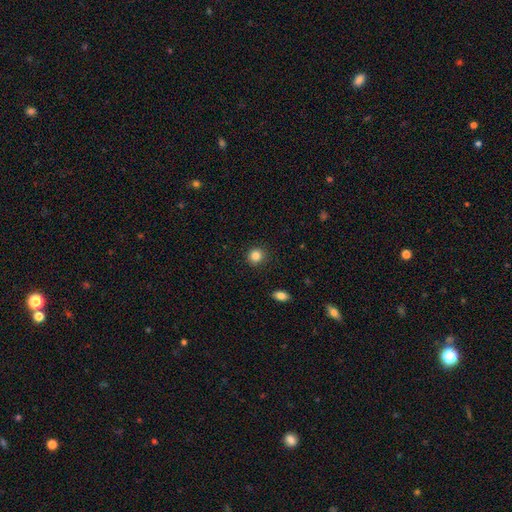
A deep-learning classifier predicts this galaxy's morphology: This appears to be a smooth galaxy with no disk features (84%) that is round (90%). Merging: none (90%).